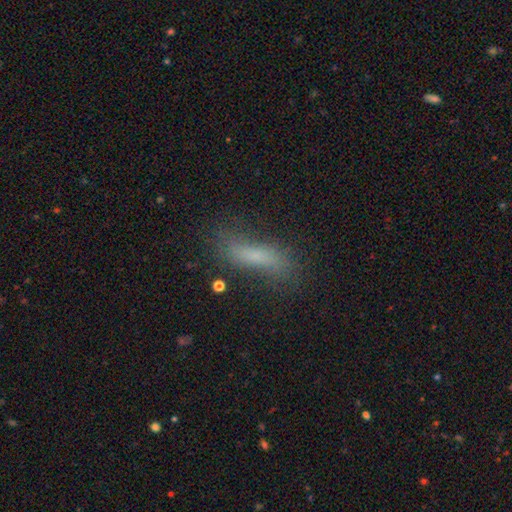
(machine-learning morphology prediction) type=smooth (63%); roundness=cigar-shaped (65%); merging=none (67%).